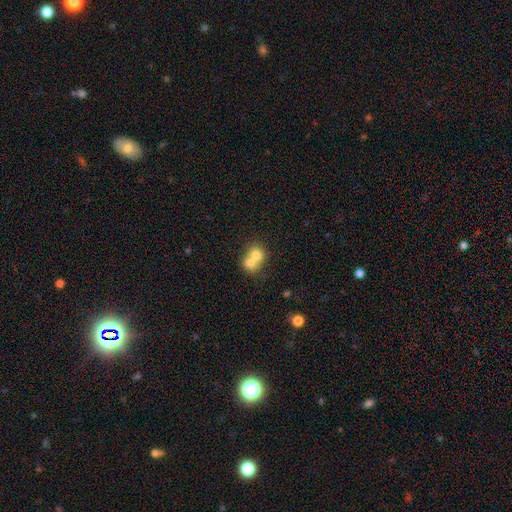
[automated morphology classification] Q: Smooth or featured?
A: smooth (72%); runner-up: featured or disk (19%)
Q: How rounded?
A: round (72%); runner-up: in between (27%)
Q: Merging?
A: merger (72%); runner-up: none (22%)